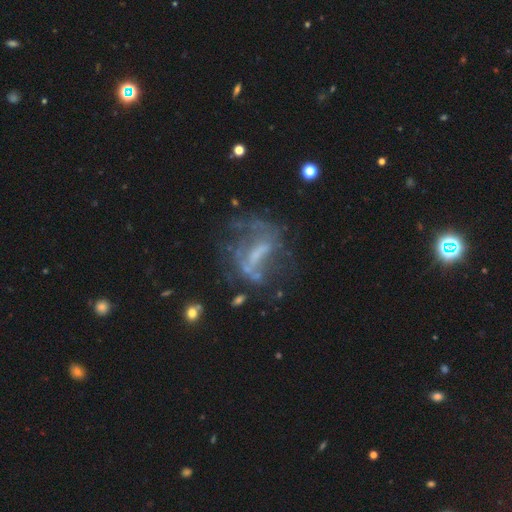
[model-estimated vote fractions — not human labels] This appears to be a featured or disk galaxy (69%) with a weak bar (36%), spiral arms (51%) and no central bulge (47%). Merging: none (44%).